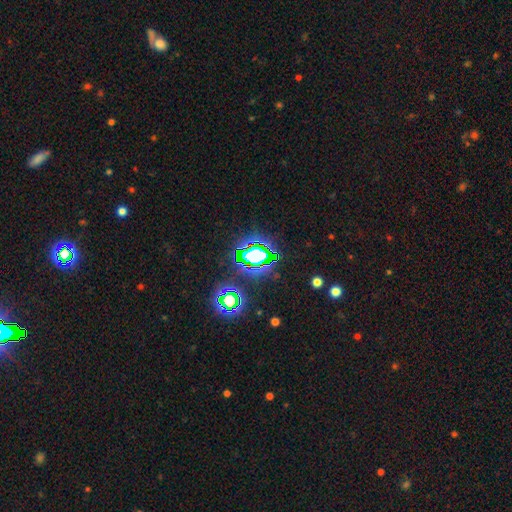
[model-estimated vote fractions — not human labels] star or artifact 68%, smooth 20%, featured or disk 12%.